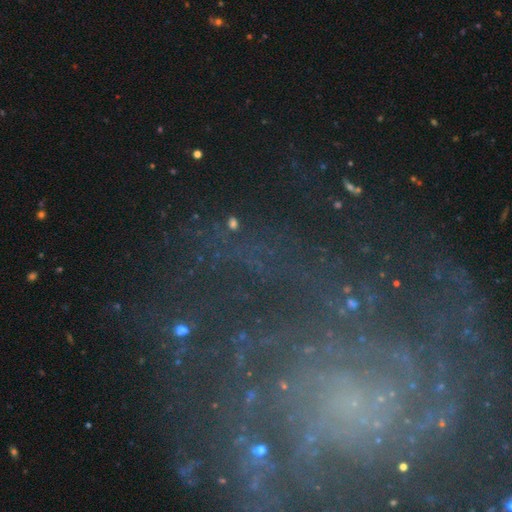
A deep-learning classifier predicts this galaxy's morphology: smooth-or-featured: featured or disk: 70% | star or artifact: 19% | smooth: 11%
  disk-edge-on: no: 95% | yes: 5%
    bar: no: 68% | weak: 21% | strong: 11%
    has-spiral-arms: yes: 89% | no: 11%
      spiral-winding: tight: 66% | medium: 24% | loose: 9%
      spiral-arm-count: can't tell: 30% | 2: 16% | more than 4: 15% | 3: 14% | 4: 13% | 1: 11%
    bulge-size: small: 60% | none: 19% | moderate: 14% | large: 4% | dominant: 3%
  merging: none: 71% | minor disturbance: 13% | major disturbance: 12% | merger: 3%